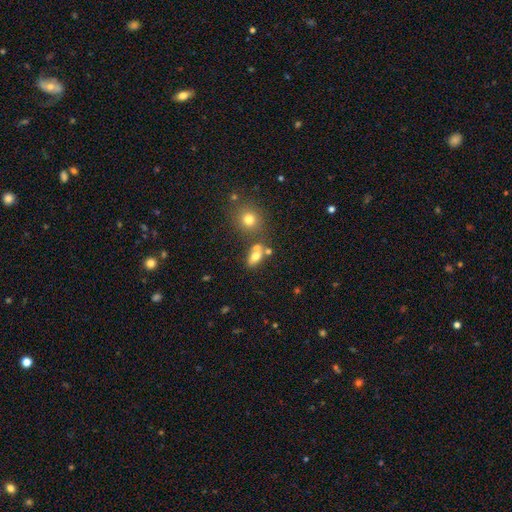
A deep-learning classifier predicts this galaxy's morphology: smooth 72%, featured or disk 16%, star or artifact 12%. Down the decision tree: how rounded — in between (79%); merging — none (53%).